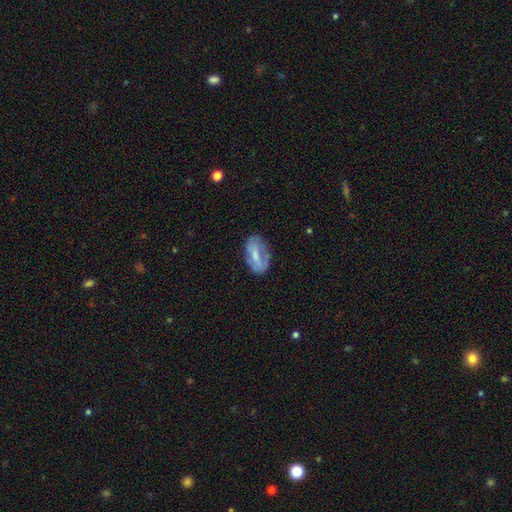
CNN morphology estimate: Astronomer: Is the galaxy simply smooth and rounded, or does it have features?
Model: smooth — 55% (runner-up: featured or disk, 38%).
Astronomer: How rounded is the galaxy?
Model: in between — 91%.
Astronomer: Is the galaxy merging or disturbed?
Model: none — 61%.